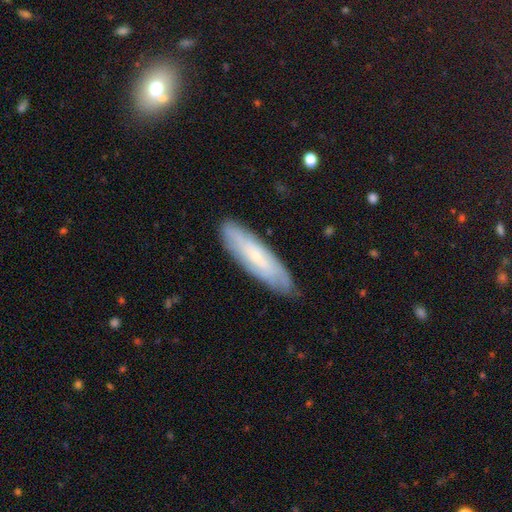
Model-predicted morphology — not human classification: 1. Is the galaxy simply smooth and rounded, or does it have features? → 52% featured or disk, 41% smooth, 7% star or artifact.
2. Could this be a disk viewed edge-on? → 63% no, 37% yes.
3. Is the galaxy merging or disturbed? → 83% none, 13% minor disturbance, 3% major disturbance, 1% merger.